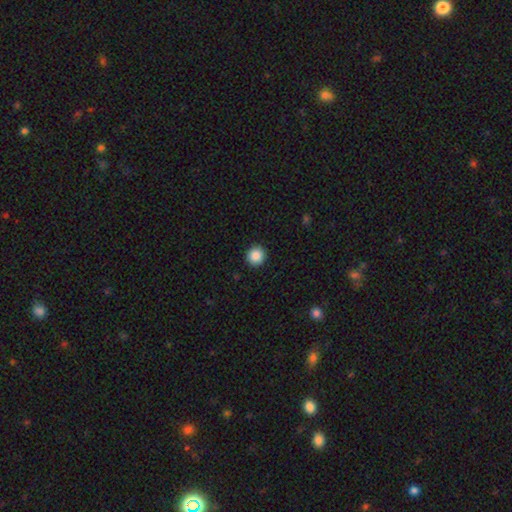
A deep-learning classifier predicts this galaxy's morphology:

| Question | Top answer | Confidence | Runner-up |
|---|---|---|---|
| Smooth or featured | smooth | 87% | star or artifact (9%) |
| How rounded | round | 94% | in between (5%) |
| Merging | none | 93% | minor disturbance (5%) |